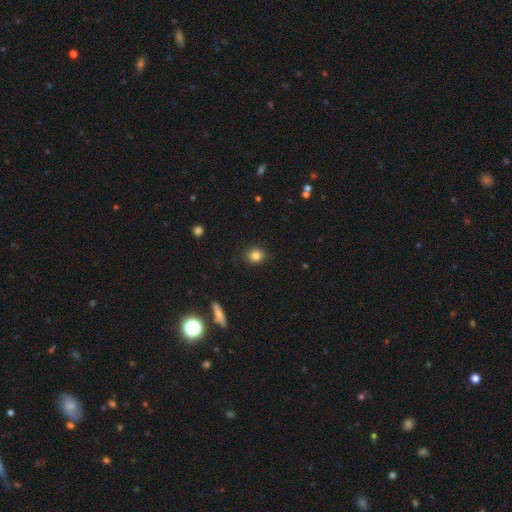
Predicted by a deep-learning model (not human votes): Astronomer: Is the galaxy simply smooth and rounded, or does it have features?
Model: smooth — 83%.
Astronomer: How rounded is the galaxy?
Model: round — 78%.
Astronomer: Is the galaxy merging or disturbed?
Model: none — 89%.